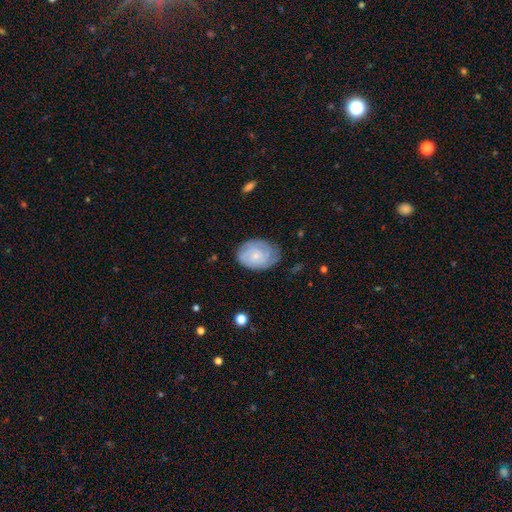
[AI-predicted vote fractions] This appears to be a featured or disk galaxy (61%) with no bar (75%), tight (68%) spiral arms (86%) and a small central bulge (75%). Merging: none (67%).